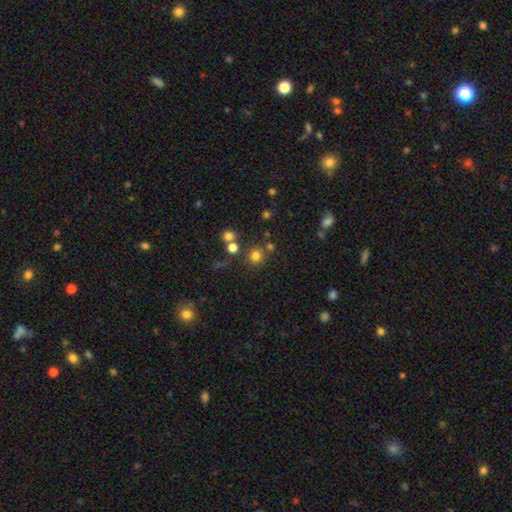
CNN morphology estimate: Overall: smooth (76%). How rounded: round (92%). Merging: none (77%).